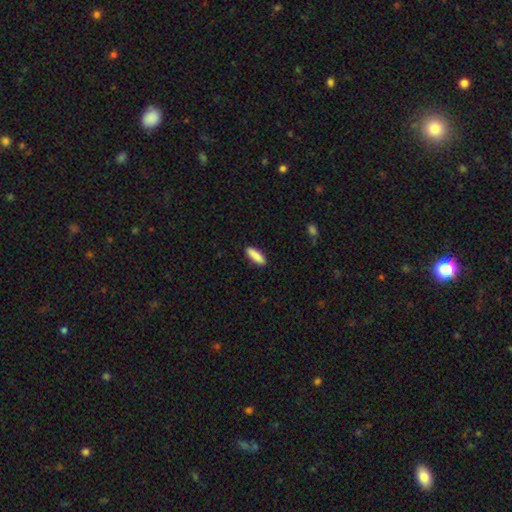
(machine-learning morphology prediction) This is clearly a smooth galaxy (89%). How rounded: possibly cigar-shaped (54%). Merging: clearly none (89%).